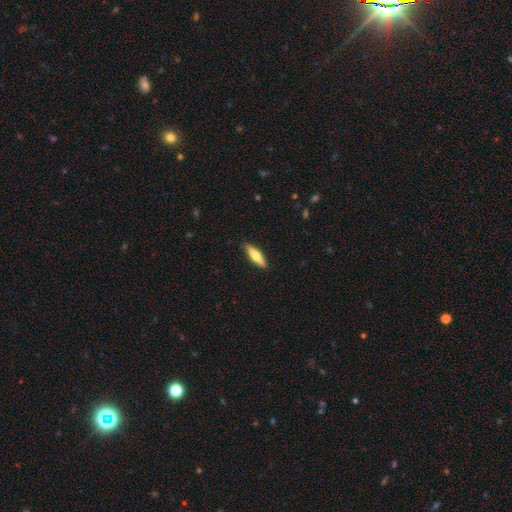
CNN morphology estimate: Overall: smooth (58%; featured or disk 36%). How rounded: cigar-shaped (67%; in between 31%). Merging: none (90%).